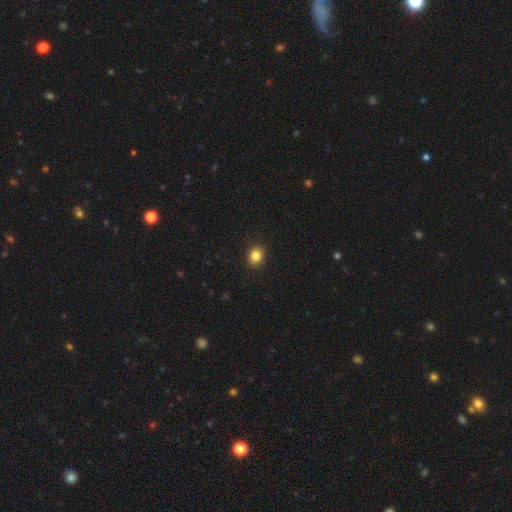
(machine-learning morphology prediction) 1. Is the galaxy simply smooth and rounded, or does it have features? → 84% smooth, 11% star or artifact, 5% featured or disk.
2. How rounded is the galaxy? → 74% round, 25% in between, 1% cigar-shaped.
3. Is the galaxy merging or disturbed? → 90% none, 7% minor disturbance, 2% major disturbance, 1% merger.